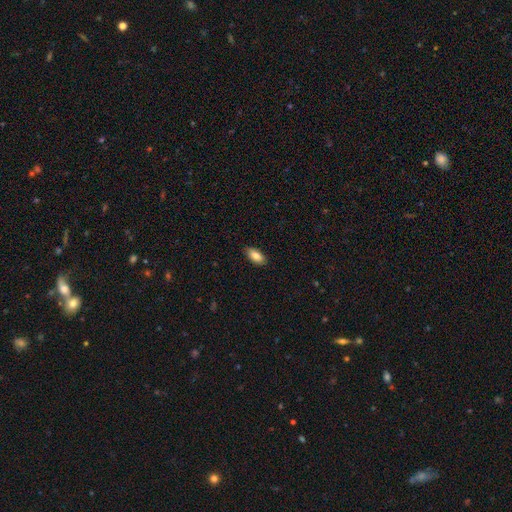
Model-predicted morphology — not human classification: Smooth or featured? Predicted: smooth (p=0.85). How rounded? Predicted: in between (p=0.90). Merging? Predicted: none (p=0.89).